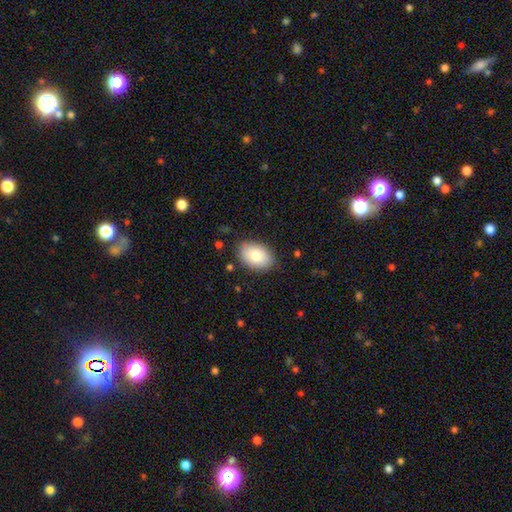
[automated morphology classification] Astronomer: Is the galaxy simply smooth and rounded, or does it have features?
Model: smooth — 79%.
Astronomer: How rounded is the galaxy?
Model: in between — 86%.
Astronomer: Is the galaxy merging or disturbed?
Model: none — 84%.